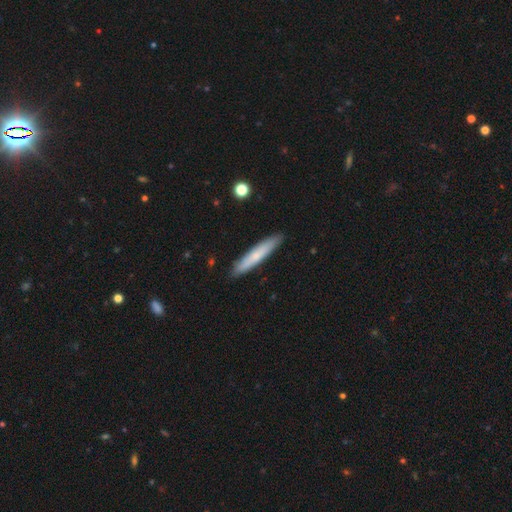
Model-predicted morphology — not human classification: type=smooth (63%); roundness=cigar-shaped (92%); merging=none (90%).